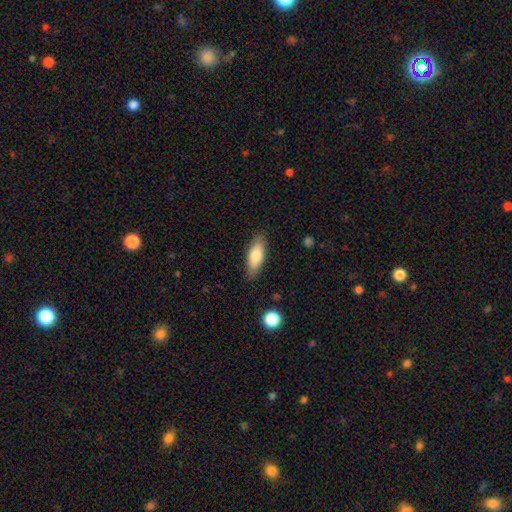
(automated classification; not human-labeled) This is likely a smooth galaxy (76%). How rounded: likely in between (66%). Merging: clearly none (85%).